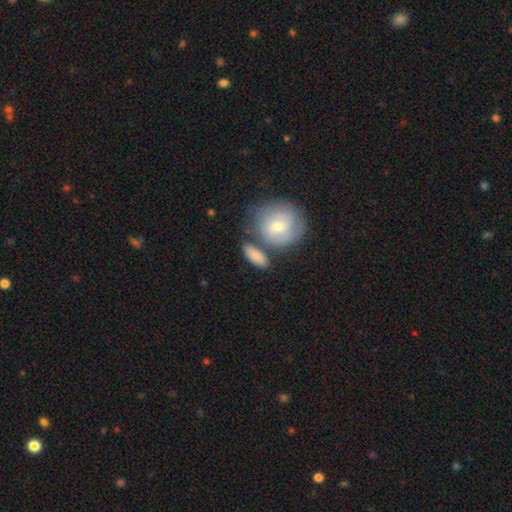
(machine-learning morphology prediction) Smooth or featured? Predicted: smooth (p=0.77). How rounded? Predicted: in between (p=0.70). Merging? Predicted: none (p=0.61).